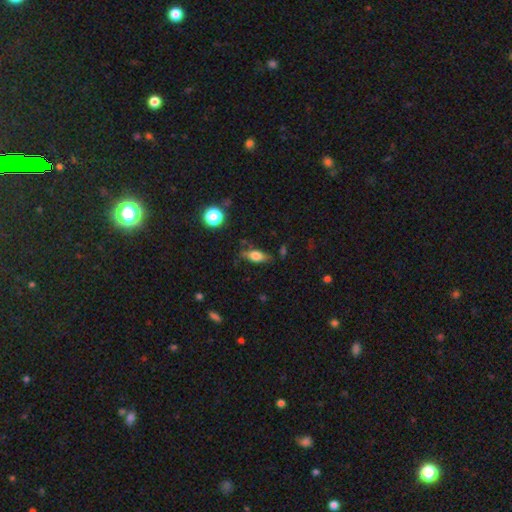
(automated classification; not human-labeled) Q: Smooth or featured?
A: smooth (68%); runner-up: featured or disk (22%)
Q: How rounded?
A: in between (77%); runner-up: cigar-shaped (17%)
Q: Merging?
A: none (70%); runner-up: minor disturbance (21%)